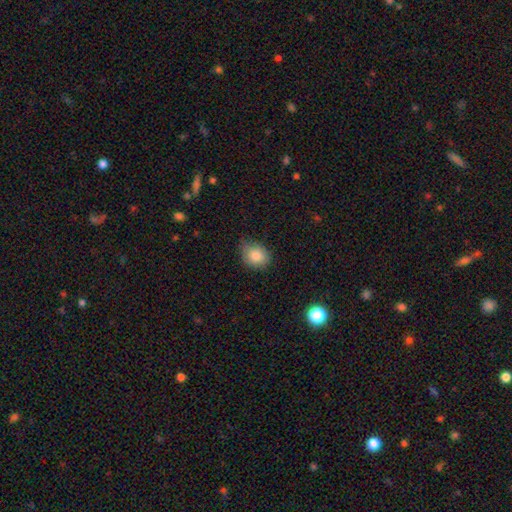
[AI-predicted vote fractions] smooth_or_featured: smooth (p=0.83) [alt: star or artifact p=0.09]
how_rounded: round (p=0.56) [alt: in between p=0.43]
merging: none (p=0.70) [alt: minor disturbance p=0.25]